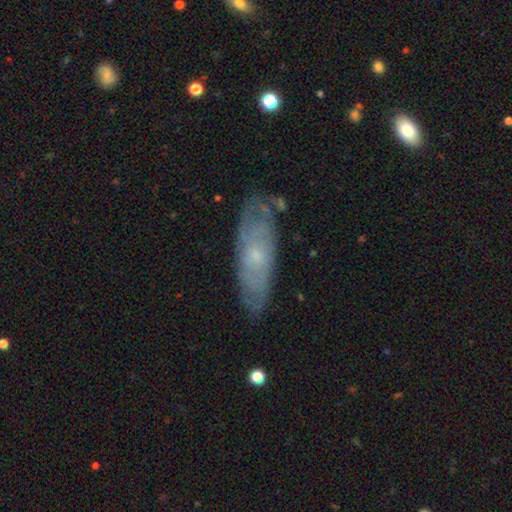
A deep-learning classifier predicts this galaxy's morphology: Smooth or featured: featured or disk — 58% (smooth — 35%)
Edge-on disk: no — 76% (yes — 24%)
Merging: none — 74% (minor disturbance — 20%)